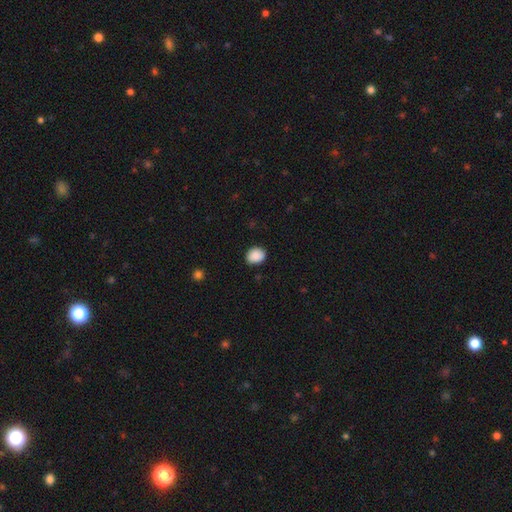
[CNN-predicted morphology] A smooth galaxy with no disk features (89%) that is round (54%).

Vote fractions:
- Smooth or featured? smooth: 89% / star or artifact: 8% / featured or disk: 3%
- How rounded? round: 54% / in between: 45% / cigar-shaped: 1%
- Merging? none: 85% / minor disturbance: 11% / major disturbance: 2% / merger: 1%